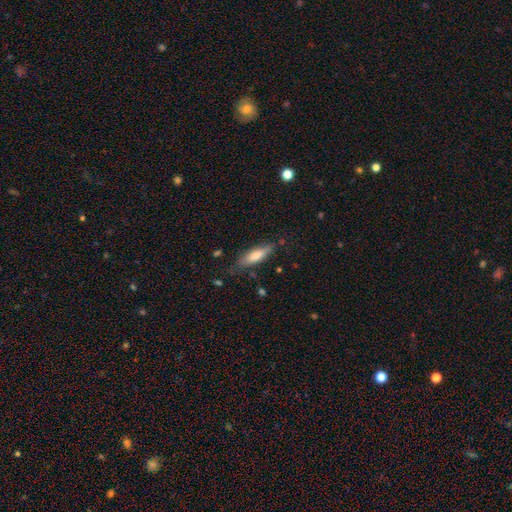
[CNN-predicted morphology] A smooth galaxy with no disk features (64%) that is cigar-shaped (58%).

Vote fractions:
- Smooth or featured? smooth: 64% / featured or disk: 29% / star or artifact: 7%
- How rounded? cigar-shaped: 58% / in between: 41% / round: 2%
- Merging? none: 73% / minor disturbance: 20% / major disturbance: 5% / merger: 2%